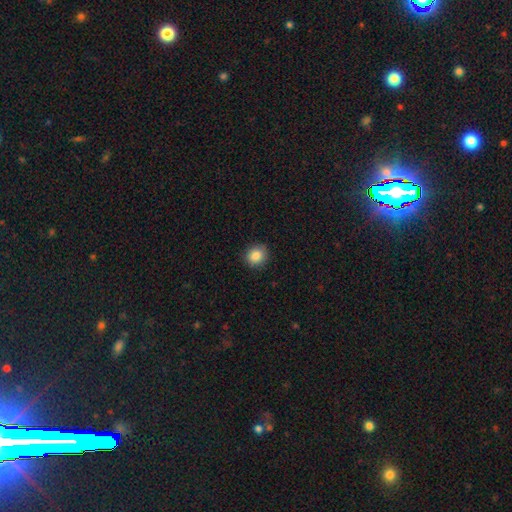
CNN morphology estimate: This is clearly a smooth galaxy (86%). How rounded: likely round (77%). Merging: clearly none (88%).